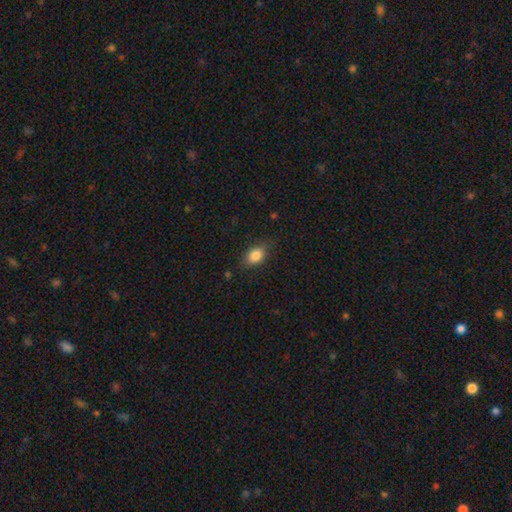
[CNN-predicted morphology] This appears to be a smooth galaxy with no disk features (85%) that is in between round and cigar-shaped (80%). Merging: none (79%).